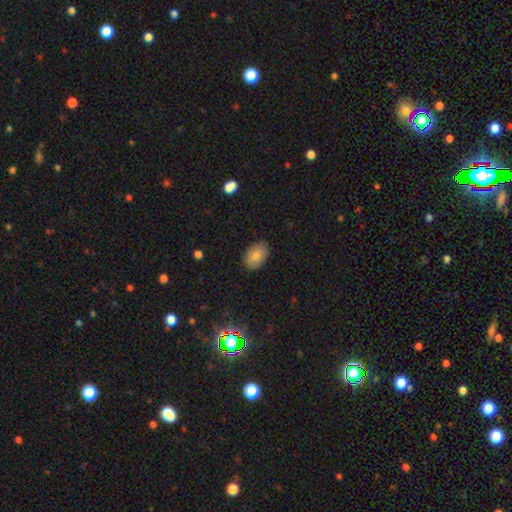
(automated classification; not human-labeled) This appears to be a smooth galaxy with no disk features (82%) that is in between round and cigar-shaped (86%). Merging: none (85%).